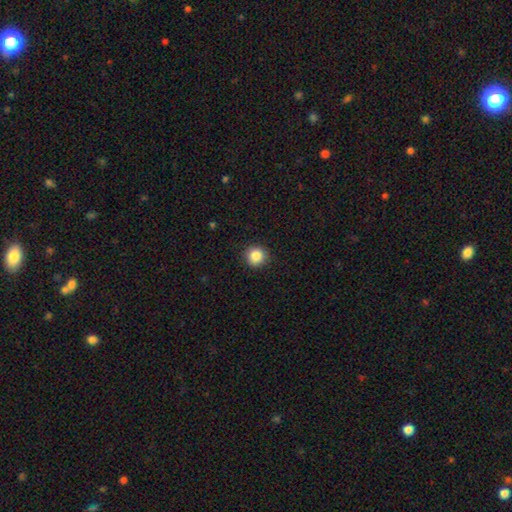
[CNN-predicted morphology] smooth_or_featured: smooth (p=0.87) [alt: star or artifact p=0.09]
how_rounded: round (p=0.93) [alt: in between p=0.06]
merging: none (p=0.91) [alt: minor disturbance p=0.06]